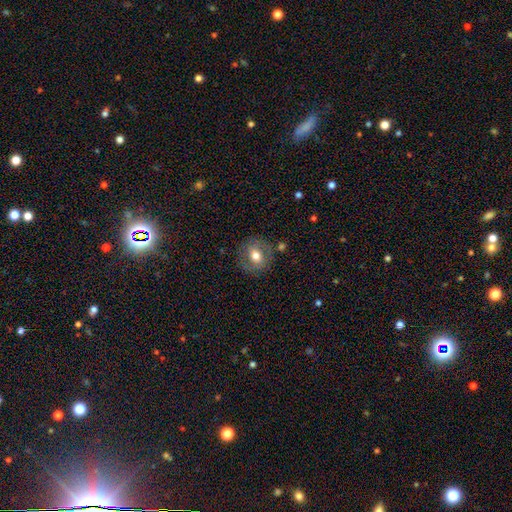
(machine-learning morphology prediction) This is possibly a smooth galaxy (59%). How rounded: clearly round (81%). Merging: clearly none (80%).